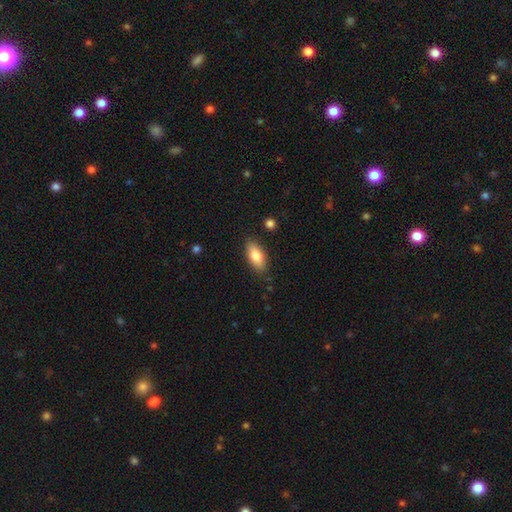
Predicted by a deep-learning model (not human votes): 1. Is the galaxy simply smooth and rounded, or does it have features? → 82% smooth, 12% featured or disk, 7% star or artifact.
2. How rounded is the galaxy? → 85% in between, 12% cigar-shaped, 3% round.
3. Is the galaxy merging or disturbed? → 84% none, 11% minor disturbance, 3% major disturbance, 2% merger.